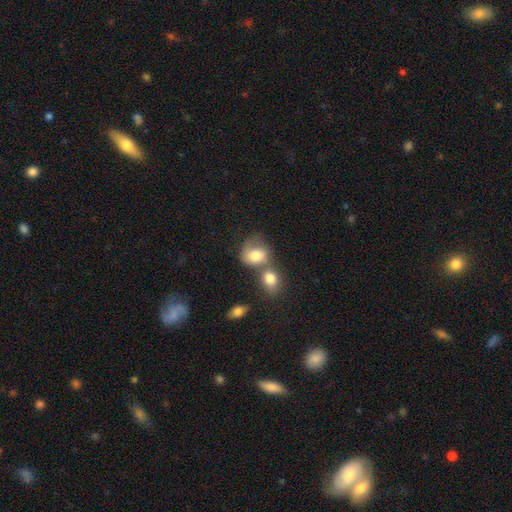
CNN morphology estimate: This appears to be a smooth galaxy with no disk features (74%) that is round (53%). Merging: merger (50%).